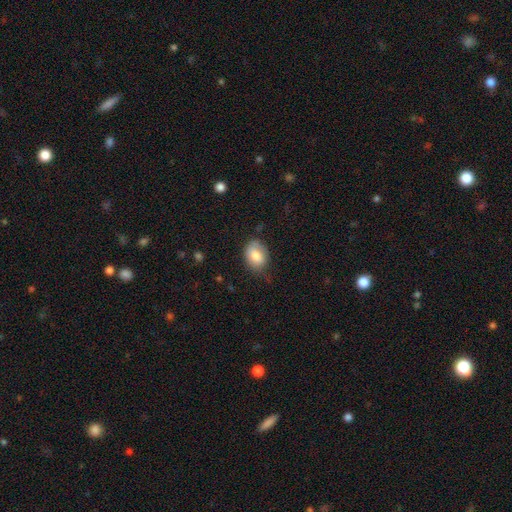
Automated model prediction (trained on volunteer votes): The model was most divided on "merging": none: 62%, minor disturbance: 29%, major disturbance: 7%, merger: 2%. More confident: smooth or featured — smooth (80%); how rounded — in between (71%).